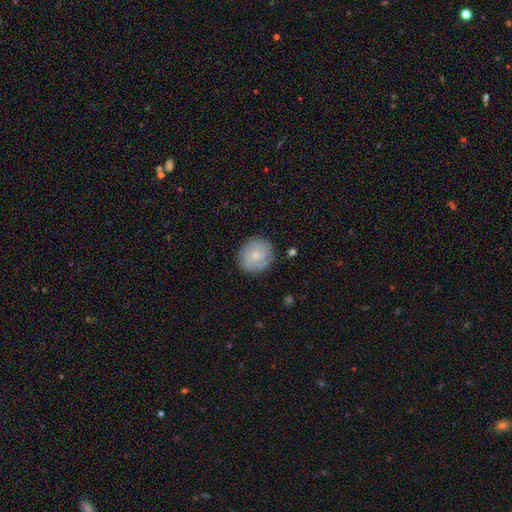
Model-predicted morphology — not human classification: Overall: featured or disk (49%; smooth 44%). Merging: none (85%).